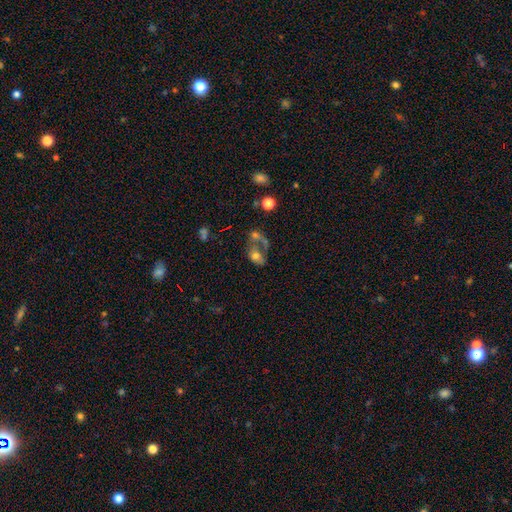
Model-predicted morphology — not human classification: Overall: smooth (54%; featured or disk 34%). How rounded: in between (74%). Merging: merger (52%; major disturbance 20%).